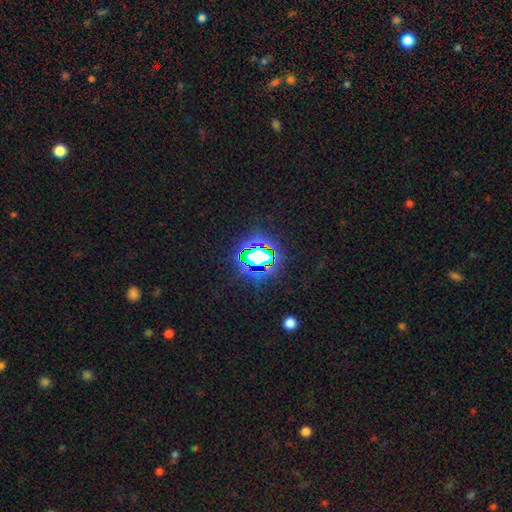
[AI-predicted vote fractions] Smooth or featured: star or artifact — 67% (smooth — 20%)